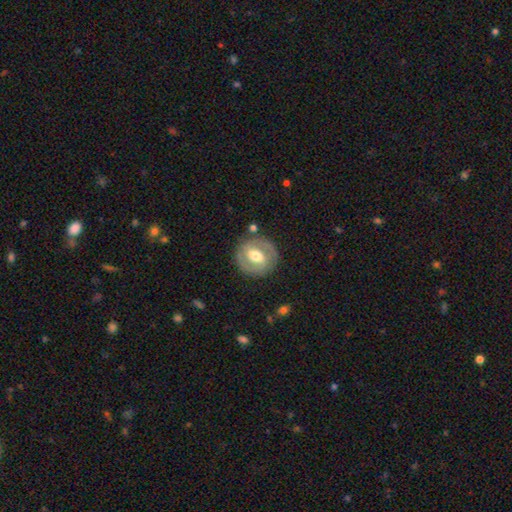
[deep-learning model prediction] smooth-or-featured: featured or disk: 62% | smooth: 33% | star or artifact: 5%
  disk-edge-on: no: 96% | yes: 4%
    bar: weak: 44% | strong: 30% | no: 26%
    has-spiral-arms: yes: 57% | no: 43%
    bulge-size: moderate: 69% | large: 18% | small: 10% | dominant: 1% | none: 1%
  merging: none: 83% | minor disturbance: 10% | major disturbance: 4% | merger: 2%